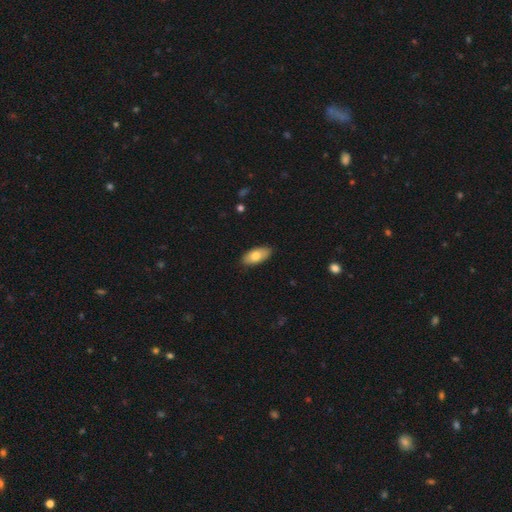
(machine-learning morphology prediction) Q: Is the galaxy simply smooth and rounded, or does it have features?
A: smooth — 76%.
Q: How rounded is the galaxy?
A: in between — 90%.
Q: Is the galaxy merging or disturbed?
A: none — 88%.